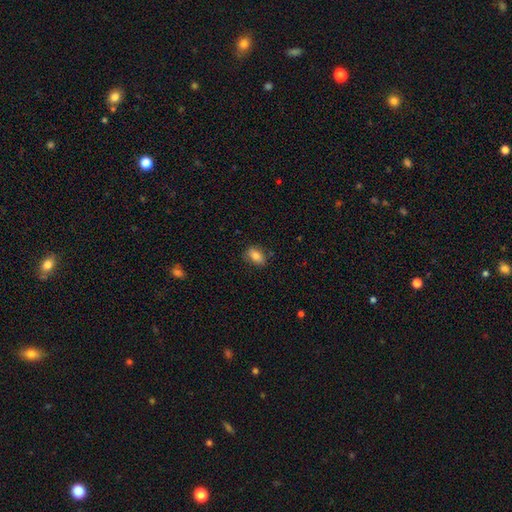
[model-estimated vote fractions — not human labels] The model was most divided on "merging": none: 79%, minor disturbance: 16%, major disturbance: 3%, merger: 2%. More confident: how rounded — in between (84%); smooth or featured — smooth (78%).